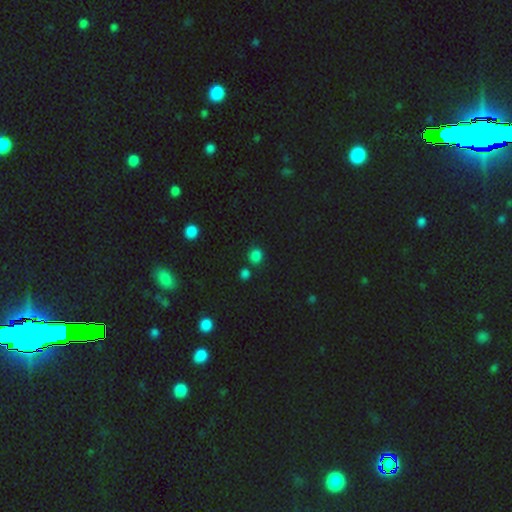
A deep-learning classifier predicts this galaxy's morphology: type=smooth (76%); roundness=round (71%); merging=none (76%).